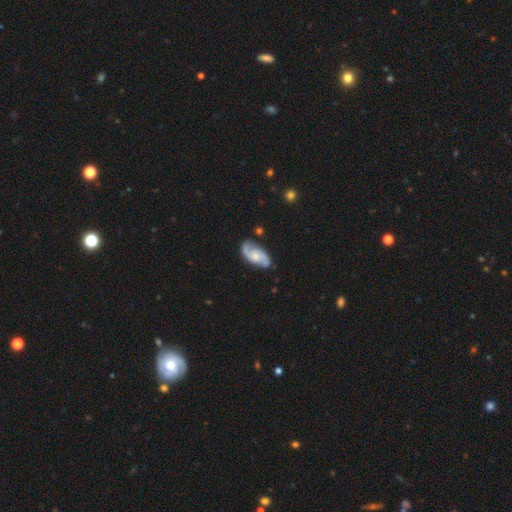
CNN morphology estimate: This appears to be a featured or disk galaxy (79%) with no bar (62%), 2 (90%) medium (48%) spiral arms (96%) and a moderate central bulge (41%, tied with small). Merging: none (76%).